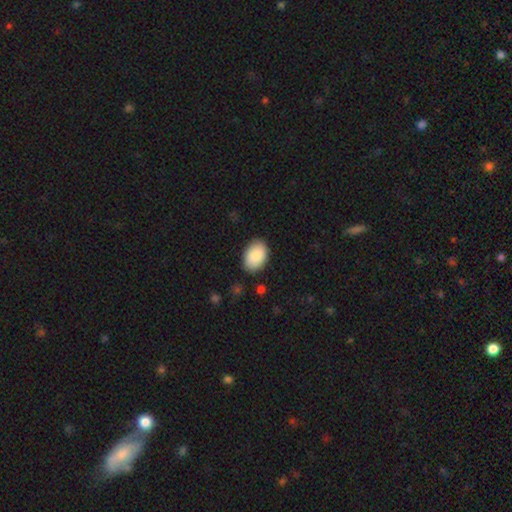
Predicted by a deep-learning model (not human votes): Q: Smooth or featured?
A: smooth (90%); runner-up: star or artifact (6%)
Q: How rounded?
A: in between (87%); runner-up: round (11%)
Q: Merging?
A: none (87%); runner-up: minor disturbance (10%)